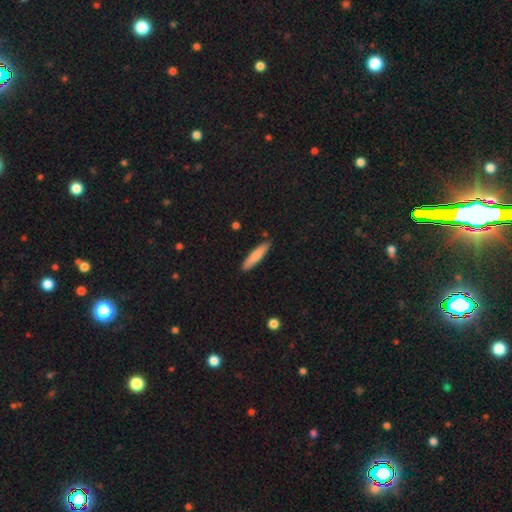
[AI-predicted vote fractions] Smooth or featured?
  - smooth: 78% *
  - featured or disk: 16%
  - star or artifact: 6%
How rounded?
  - cigar-shaped: 86% *
  - in between: 13%
  - round: 1%
Merging?
  - none: 87% *
  - minor disturbance: 10%
  - merger: 2%
  - major disturbance: 2%